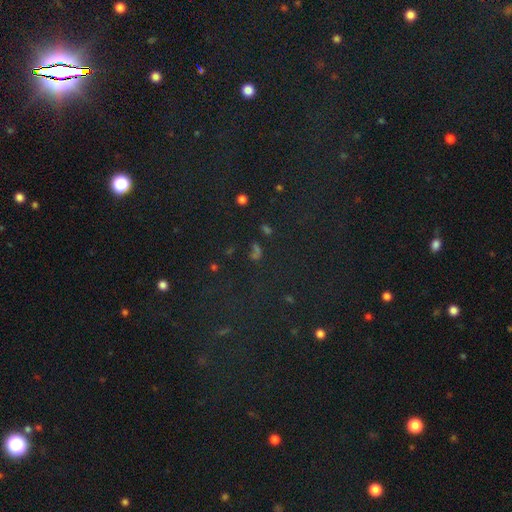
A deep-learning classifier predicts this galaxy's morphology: This appears to be a star or artifact, not a galaxy (61%).